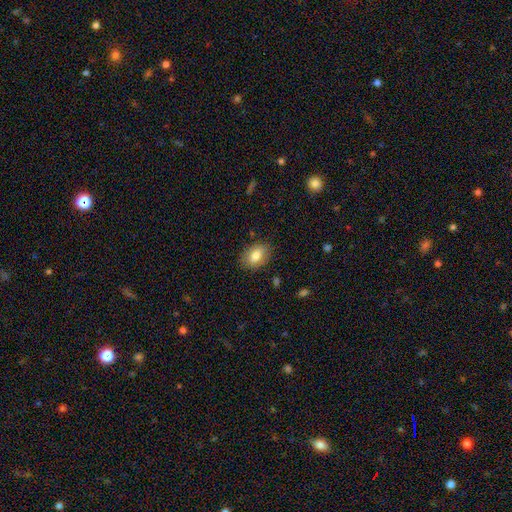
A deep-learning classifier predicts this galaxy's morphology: This appears to be a smooth galaxy with no disk features (80%) that is in between round and cigar-shaped (79%). Merging: none (83%).